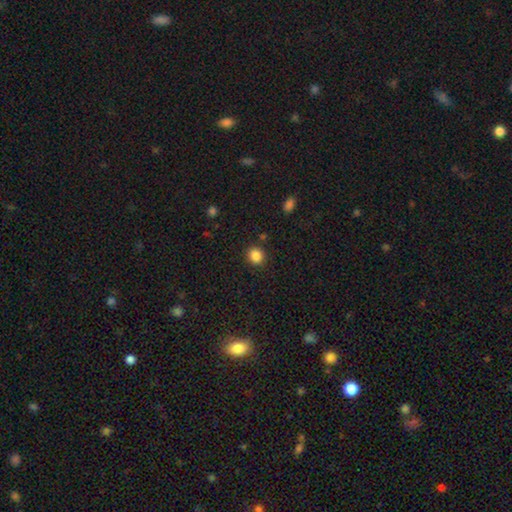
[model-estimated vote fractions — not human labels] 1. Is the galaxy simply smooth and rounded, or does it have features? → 86% smooth, 11% star or artifact, 3% featured or disk.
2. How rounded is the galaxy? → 82% round, 17% in between, 1% cigar-shaped.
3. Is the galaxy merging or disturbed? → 89% none, 7% minor disturbance, 2% major disturbance, 2% merger.